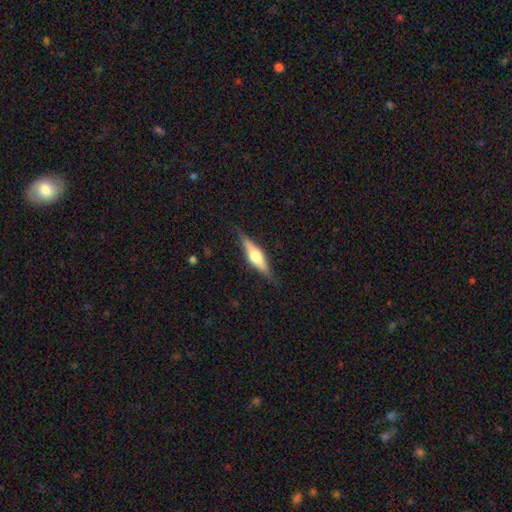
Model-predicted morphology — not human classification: This appears to be a featured or disk galaxy (67%) viewed edge-on (96%) with a rounded central bulge (91%). Merging: none (85%).